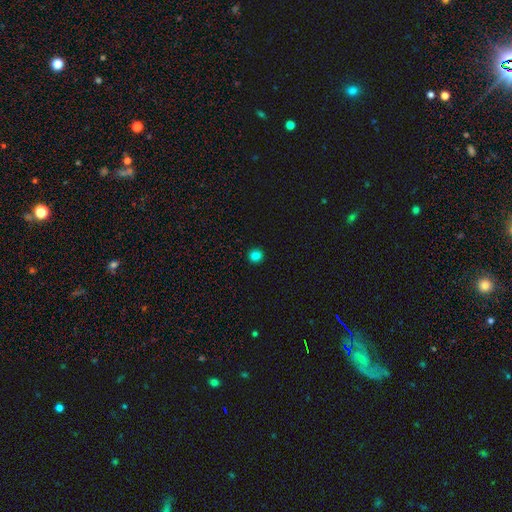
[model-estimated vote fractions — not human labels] Smooth or featured? Predicted: smooth (p=0.84). How rounded? Predicted: round (p=0.95). Merging? Predicted: none (p=0.94).